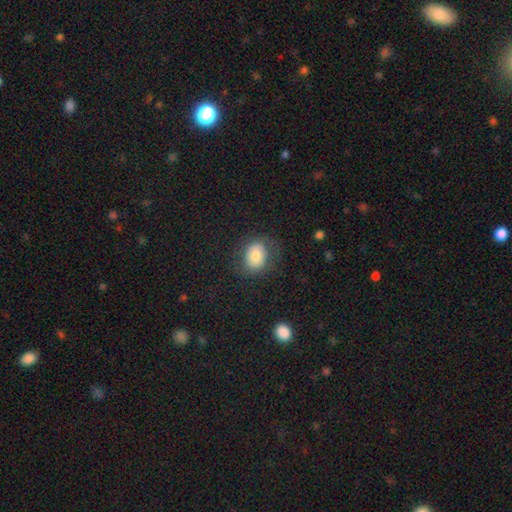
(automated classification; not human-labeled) Smooth or featured? smooth (74%)
How rounded? in between (53%)
Merging? none (72%)